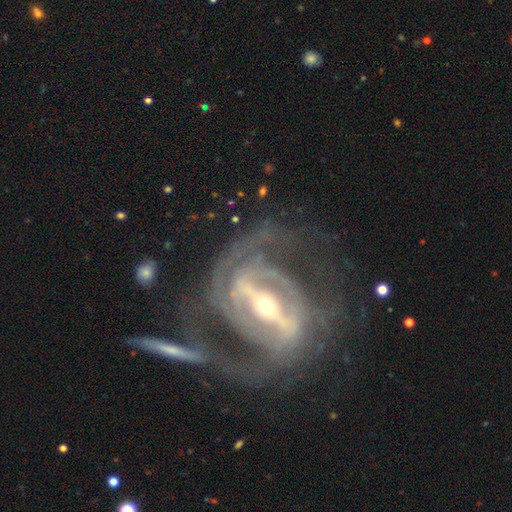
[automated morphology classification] This appears to be a featured or disk galaxy (91%) with a strong bar (80%), 2 (55%) tight (50%) spiral arms (95%) and a small central bulge (50%). Merging: none (52%).